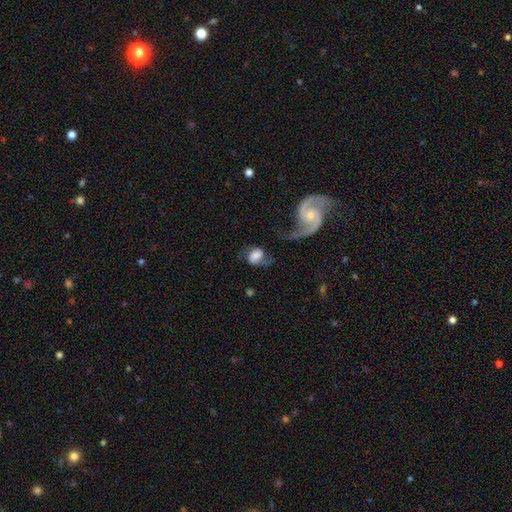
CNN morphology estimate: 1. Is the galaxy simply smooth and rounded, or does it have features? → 53% featured or disk, 39% smooth, 8% star or artifact.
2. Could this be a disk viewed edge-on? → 96% no, 4% yes.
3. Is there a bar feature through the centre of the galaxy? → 46% no, 38% weak, 16% strong.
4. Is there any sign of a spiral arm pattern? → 84% yes, 16% no.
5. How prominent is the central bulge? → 29% large, 25% moderate, 22% small, 15% none, 10% dominant.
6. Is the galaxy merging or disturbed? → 37% none, 27% major disturbance, 22% minor disturbance, 14% merger.